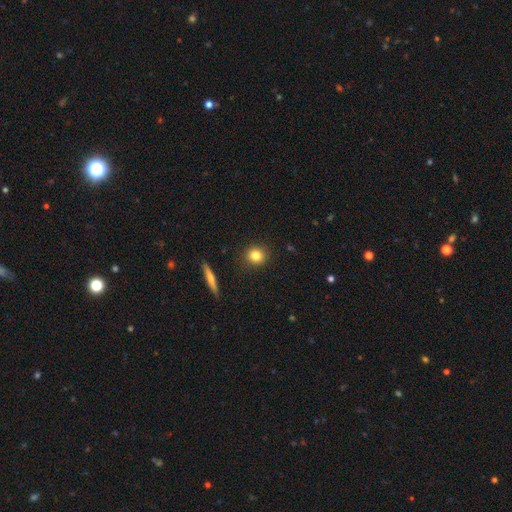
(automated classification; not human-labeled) Smooth or featured?
  - smooth: 82% *
  - star or artifact: 10%
  - featured or disk: 8%
How rounded?
  - round: 87% *
  - in between: 11%
  - cigar-shaped: 2%
Merging?
  - none: 90% *
  - minor disturbance: 7%
  - major disturbance: 2%
  - merger: 2%